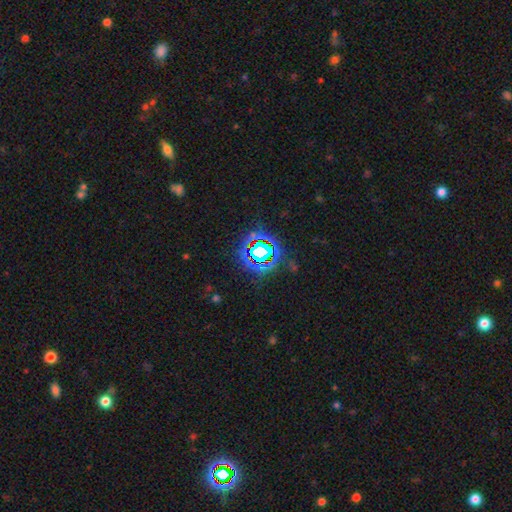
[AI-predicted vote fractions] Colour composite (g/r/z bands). It shows a star or artifact, not a galaxy (74%).